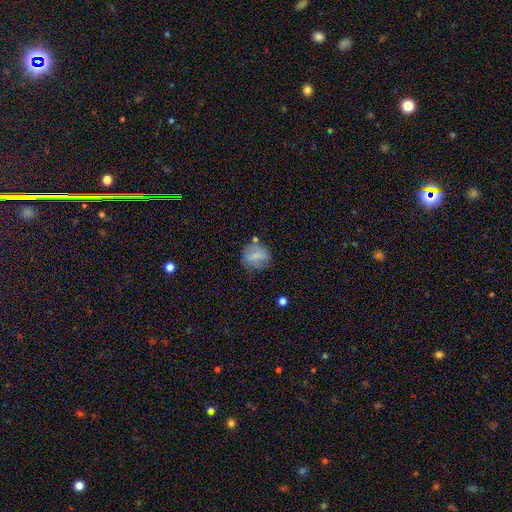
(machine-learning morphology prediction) Overall: smooth (70%). How rounded: round (66%; in between 32%). Merging: none (60%; minor disturbance 23%).